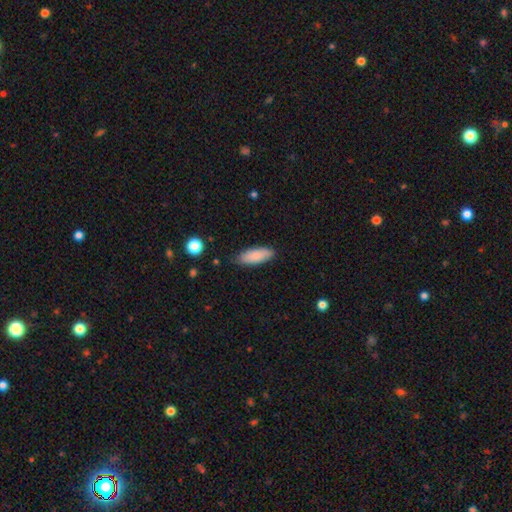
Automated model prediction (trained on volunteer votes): smooth_or_featured: smooth (p=0.85) [alt: featured or disk p=0.09]
how_rounded: in between (p=0.71) [alt: cigar-shaped p=0.27]
merging: none (p=0.82) [alt: minor disturbance p=0.15]